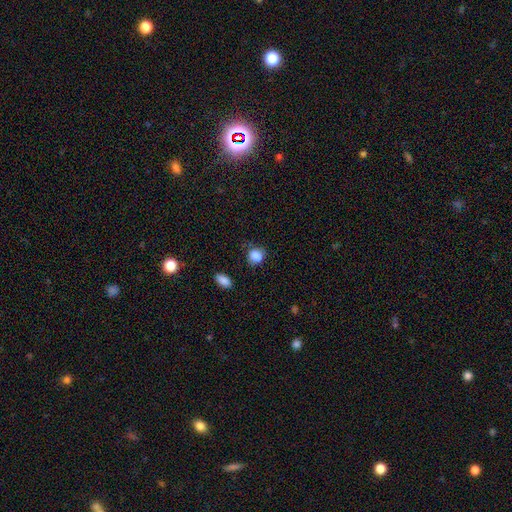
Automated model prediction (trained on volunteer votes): This is clearly a smooth galaxy (86%). How rounded: likely round (74%). Merging: likely none (68%).